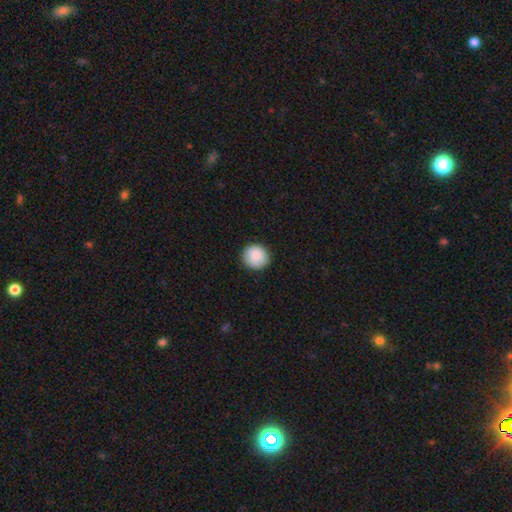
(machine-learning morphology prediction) Smooth or featured? Predicted: smooth (p=0.88). How rounded? Predicted: round (p=0.93). Merging? Predicted: none (p=0.91).